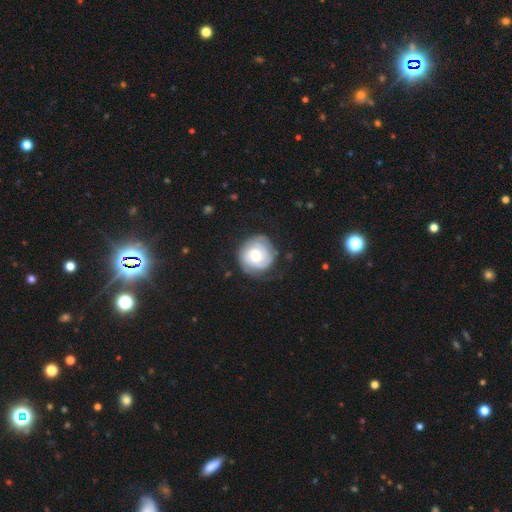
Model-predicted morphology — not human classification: A featured or disk galaxy (63%) with no bar (76%), tight (71%) spiral arms (89%) and a moderate central bulge (61%).

Vote fractions:
- Smooth or featured? featured or disk: 63% / smooth: 31% / star or artifact: 6%
- Edge-on disk? no: 98% / yes: 2%
- Bar? no: 76% / weak: 21% / strong: 3%
- Spiral arms? yes: 89% / no: 11%
- Spiral winding? tight: 71% / medium: 22% / loose: 7%
- Spiral arm count? can't tell: 39% / 2: 29% / 3: 17% / 1: 6% / 4: 6% / more than 4: 4%
- Bulge size? moderate: 61% / small: 21% / large: 14% / dominant: 2% / none: 2%
- Merging? none: 74% / minor disturbance: 17% / major disturbance: 7% / merger: 1%